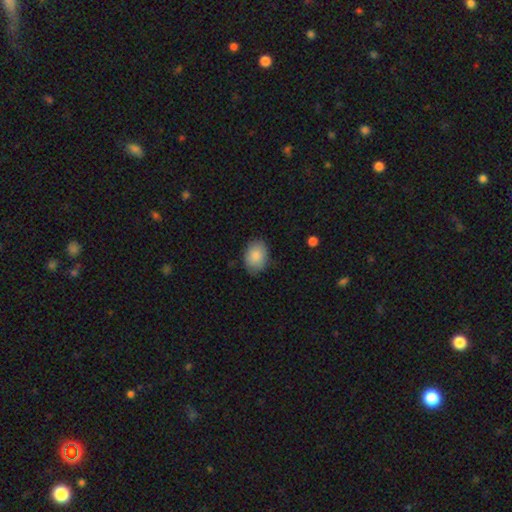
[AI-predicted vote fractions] A smooth galaxy with no disk features (87%) that is in between round and cigar-shaped (71%).

Vote fractions:
- Smooth or featured? smooth: 87% / star or artifact: 7% / featured or disk: 6%
- How rounded? in between: 71% / round: 28% / cigar-shaped: 1%
- Merging? none: 80% / minor disturbance: 16% / major disturbance: 3% / merger: 1%